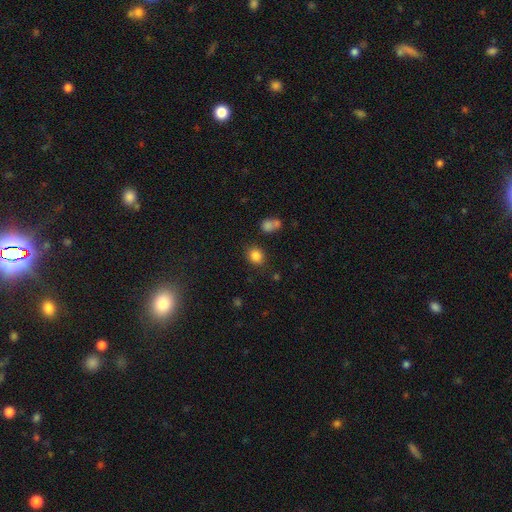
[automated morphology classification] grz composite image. It shows a smooth galaxy with no disk features (83%) that is round (68%). Merging: none (81%).